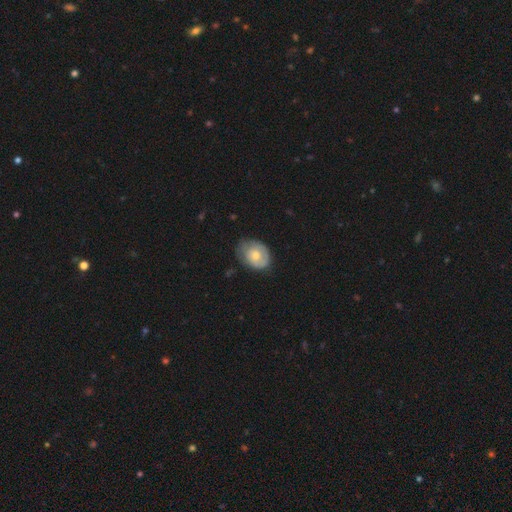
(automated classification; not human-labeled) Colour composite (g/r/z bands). It shows a smooth galaxy with no disk features (55%) that is in between round and cigar-shaped (63%). Merging: none (58%).